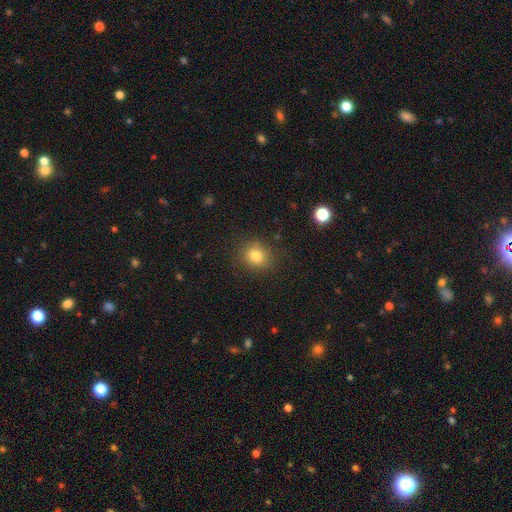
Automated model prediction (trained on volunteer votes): Morphology: type=smooth (80%); roundness=round (78%); merging=none (85%).